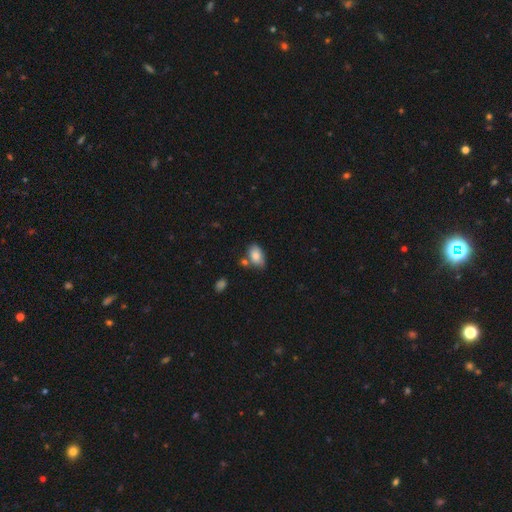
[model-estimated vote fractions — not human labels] Q: Smooth or featured?
A: smooth (83%); runner-up: featured or disk (9%)
Q: How rounded?
A: in between (90%); runner-up: round (9%)
Q: Merging?
A: none (56%); runner-up: minor disturbance (25%)